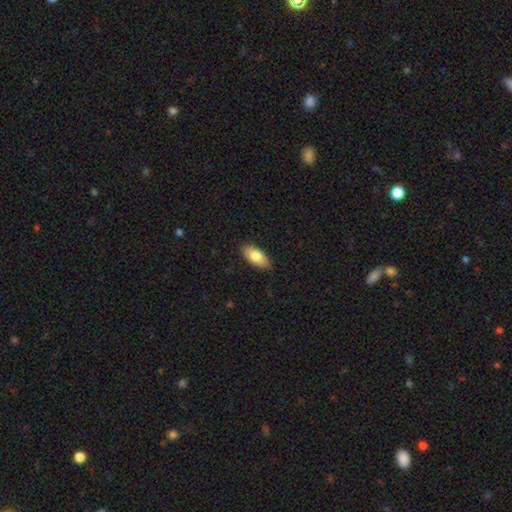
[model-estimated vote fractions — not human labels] Smooth or featured? Predicted: smooth (p=0.80). How rounded? Predicted: in between (p=0.92). Merging? Predicted: none (p=0.87).